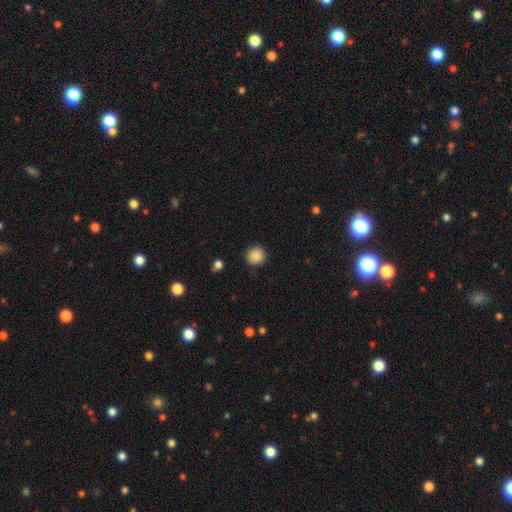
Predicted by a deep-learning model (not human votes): smooth 87%, star or artifact 9%, featured or disk 3%. Down the decision tree: how rounded — round (91%); merging — none (89%).